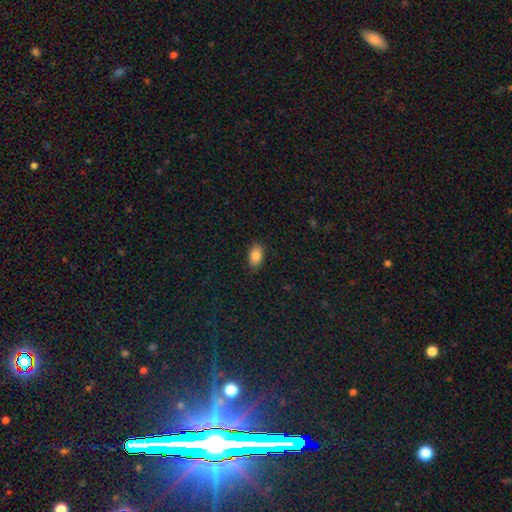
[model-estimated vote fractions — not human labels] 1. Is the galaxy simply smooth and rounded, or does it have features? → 86% smooth, 8% star or artifact, 5% featured or disk.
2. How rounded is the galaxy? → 91% in between, 7% round, 2% cigar-shaped.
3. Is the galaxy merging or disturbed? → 87% none, 10% minor disturbance, 2% major disturbance, 1% merger.